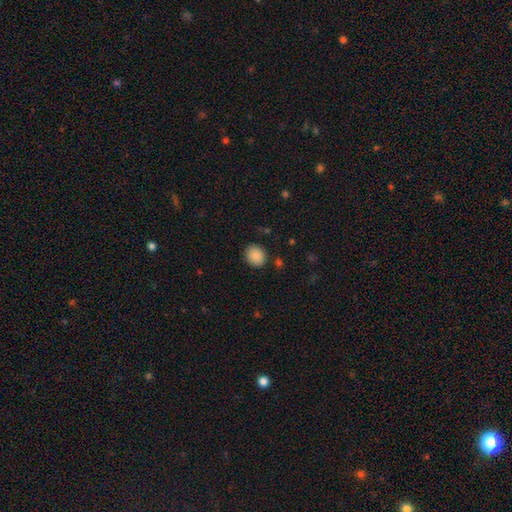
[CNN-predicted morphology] Smooth or featured: smooth — 87% (star or artifact — 8%)
How rounded: round — 73% (in between — 27%)
Merging: none — 86% (minor disturbance — 10%)